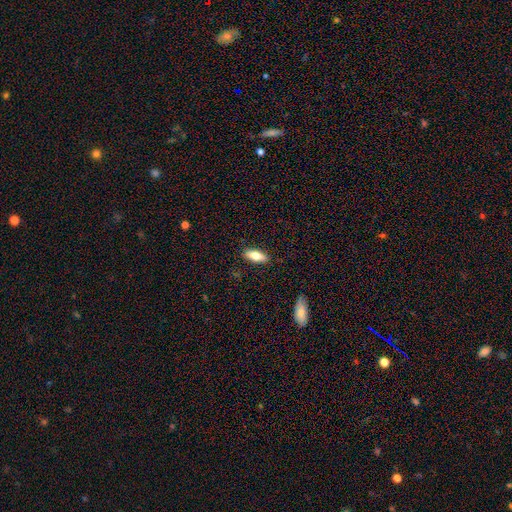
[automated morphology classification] Smooth or featured?
  - smooth: 70% *
  - featured or disk: 24%
  - star or artifact: 6%
How rounded?
  - in between: 71% *
  - cigar-shaped: 27%
  - round: 2%
Merging?
  - none: 88% *
  - minor disturbance: 9%
  - major disturbance: 2%
  - merger: 1%